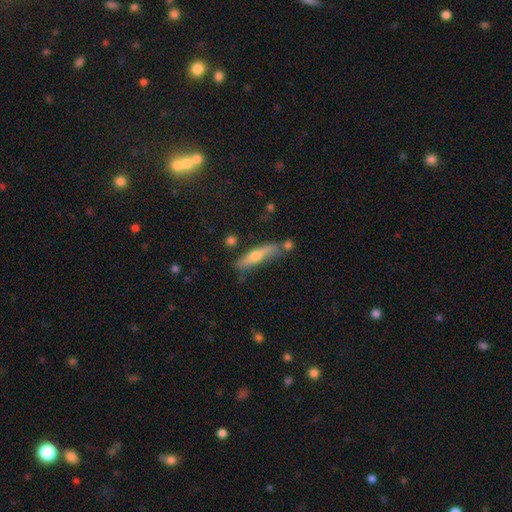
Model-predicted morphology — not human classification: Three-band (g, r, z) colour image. It shows a featured or disk galaxy (47%). Merging: none (69%).